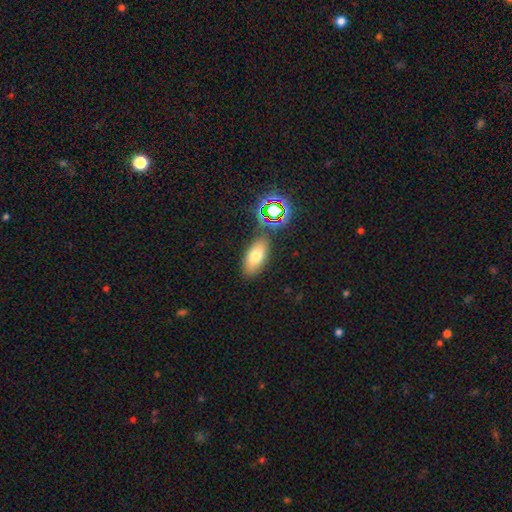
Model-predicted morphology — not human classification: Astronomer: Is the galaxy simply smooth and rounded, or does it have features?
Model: smooth — 70%.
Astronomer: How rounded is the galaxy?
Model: in between — 85%.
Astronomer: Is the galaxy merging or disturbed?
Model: none — 80%.